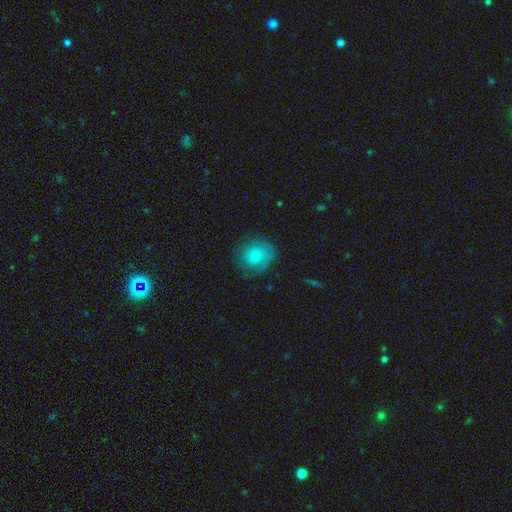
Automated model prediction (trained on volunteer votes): Q: Smooth or featured?
A: smooth (73%); runner-up: featured or disk (20%)
Q: How rounded?
A: round (79%); runner-up: in between (20%)
Q: Merging?
A: none (68%); runner-up: minor disturbance (22%)